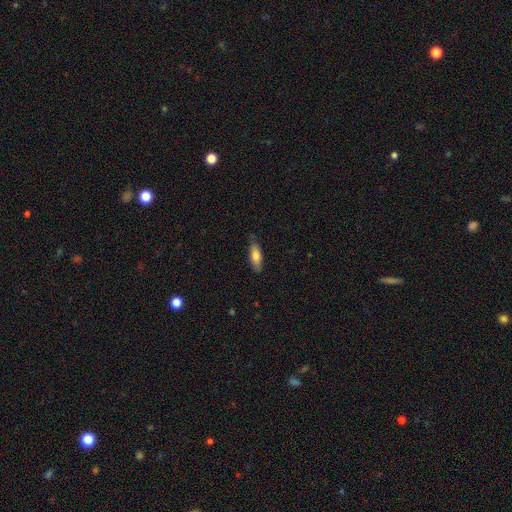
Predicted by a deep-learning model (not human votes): Smooth or featured? Predicted: smooth (p=0.74). How rounded? Predicted: in between (p=0.55). Merging? Predicted: none (p=0.80).